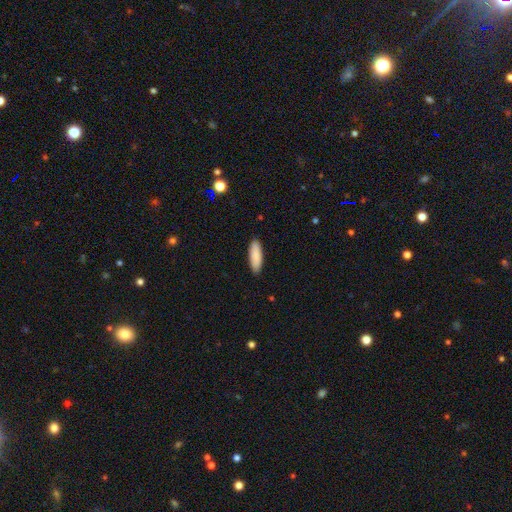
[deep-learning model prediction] Q: Smooth or featured?
A: smooth (89%); runner-up: featured or disk (6%)
Q: How rounded?
A: in between (54%); runner-up: cigar-shaped (44%)
Q: Merging?
A: none (90%); runner-up: minor disturbance (8%)